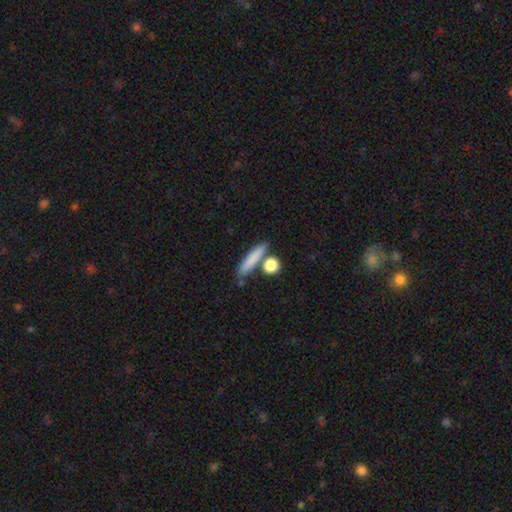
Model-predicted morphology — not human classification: smooth_or_featured: smooth (p=0.76) [alt: featured or disk p=0.15]
how_rounded: cigar-shaped (p=0.74) [alt: in between p=0.15]
merging: none (p=0.75) [alt: merger p=0.11]